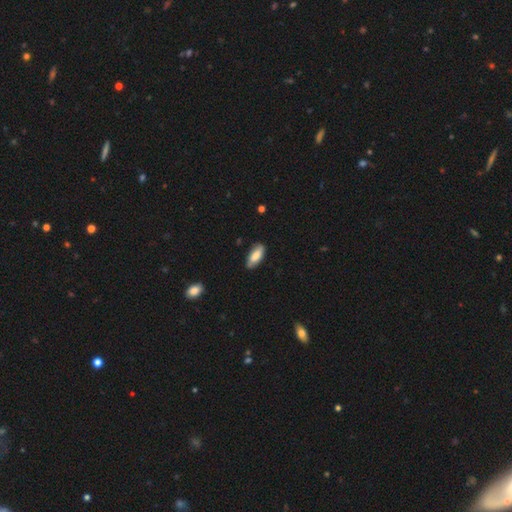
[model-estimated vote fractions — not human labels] A smooth galaxy with no disk features (74%) that is in between round and cigar-shaped (81%).

Vote fractions:
- Smooth or featured? smooth: 74% / featured or disk: 19% / star or artifact: 6%
- How rounded? in between: 81% / cigar-shaped: 17% / round: 2%
- Merging? none: 72% / minor disturbance: 23% / major disturbance: 4% / merger: 2%